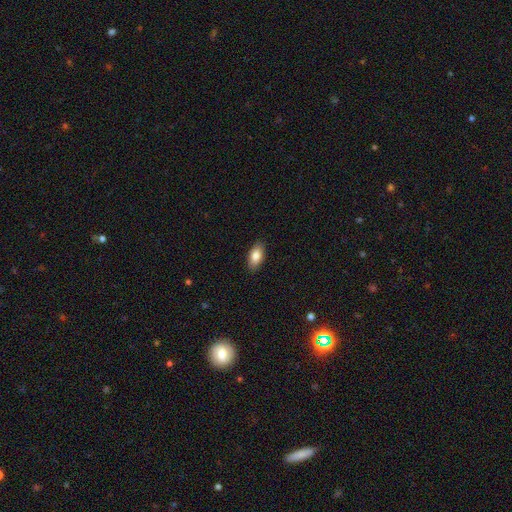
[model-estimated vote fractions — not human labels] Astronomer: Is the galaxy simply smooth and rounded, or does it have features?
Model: smooth — 83%.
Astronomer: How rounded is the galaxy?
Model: in between — 90%.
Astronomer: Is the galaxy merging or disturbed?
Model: none — 88%.